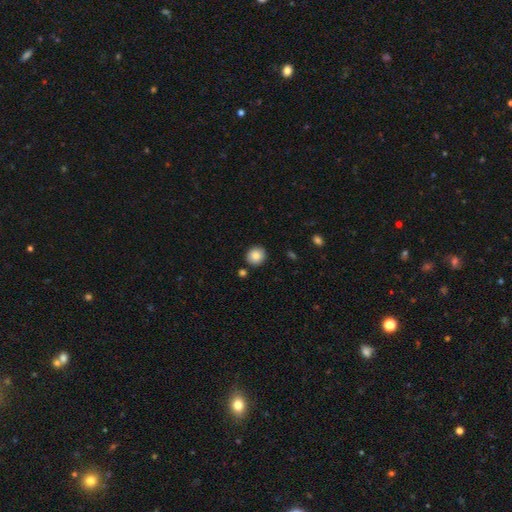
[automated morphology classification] Q: Smooth or featured?
A: smooth (86%); runner-up: star or artifact (8%)
Q: How rounded?
A: round (89%); runner-up: in between (10%)
Q: Merging?
A: none (88%); runner-up: minor disturbance (7%)